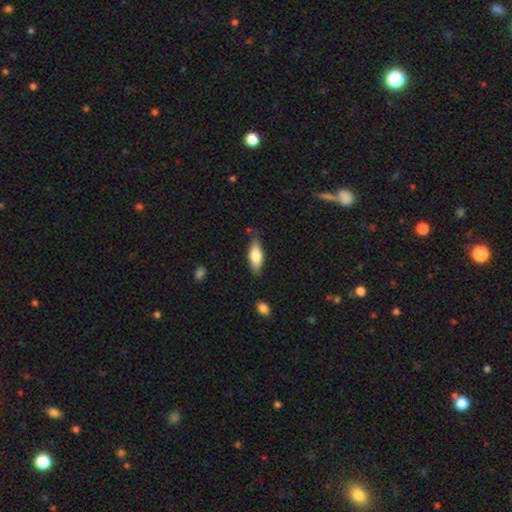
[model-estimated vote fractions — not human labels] Smooth or featured? Predicted: smooth (p=0.70). How rounded? Predicted: in between (p=0.68). Merging? Predicted: none (p=0.79).